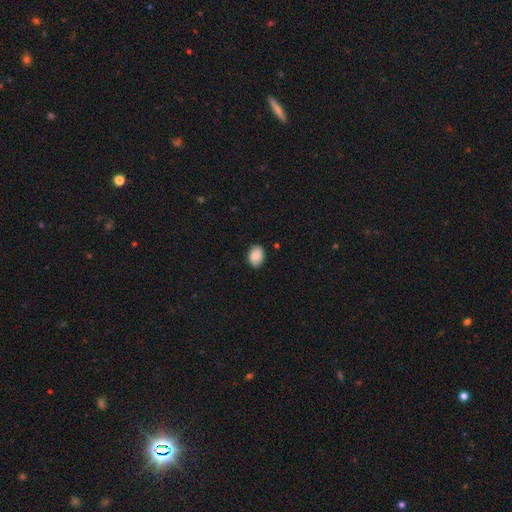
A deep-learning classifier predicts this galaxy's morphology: This appears to be a smooth galaxy with no disk features (88%) that is in between round and cigar-shaped (75%). Merging: none (85%).